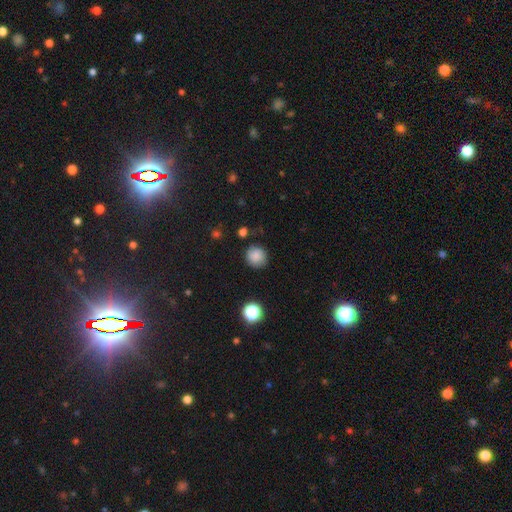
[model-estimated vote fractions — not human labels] This appears to be a smooth galaxy with no disk features (83%) that is round (90%). Merging: none (83%).